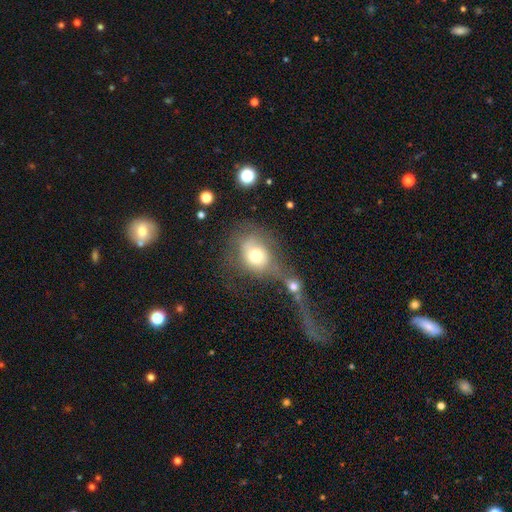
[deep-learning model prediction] This appears to be a smooth galaxy with no disk features (64%) that is round (57%). Merging: merger (37%).